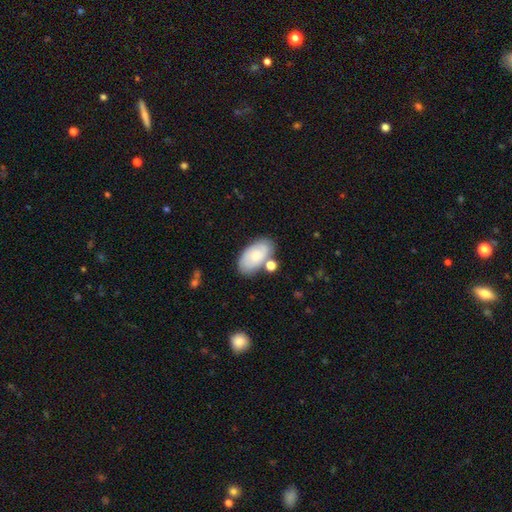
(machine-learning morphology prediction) This is likely a smooth galaxy (62%). How rounded: clearly in between (93%). Merging: likely none (66%).